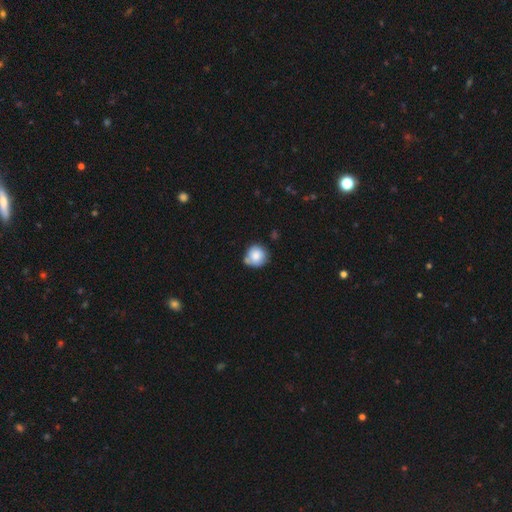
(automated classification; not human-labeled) A smooth galaxy with no disk features (82%) that is round (92%).

Vote fractions:
- Smooth or featured? smooth: 82% / featured or disk: 10% / star or artifact: 8%
- How rounded? round: 92% / in between: 7% / cigar-shaped: 1%
- Merging? none: 64% / minor disturbance: 20% / merger: 13% / major disturbance: 4%